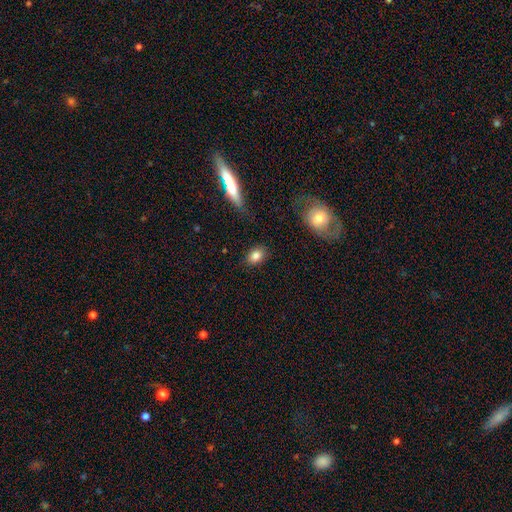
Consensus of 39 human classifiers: Q: Smooth or featured?
A: smooth (90%); runner-up: star or artifact (8%)
Q: How rounded?
A: in between (74%); runner-up: round (26%)
Q: Merging?
A: none (89%); runner-up: minor disturbance (11%)